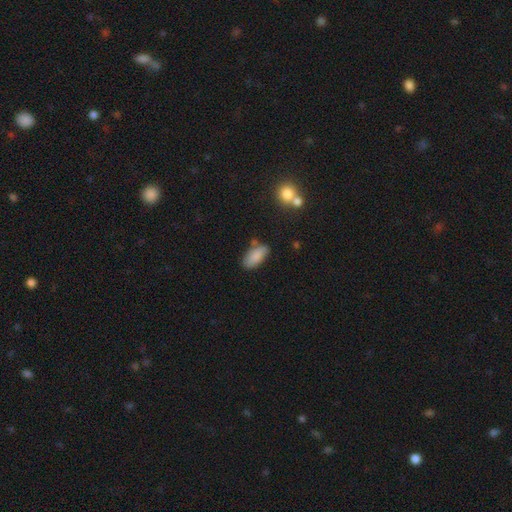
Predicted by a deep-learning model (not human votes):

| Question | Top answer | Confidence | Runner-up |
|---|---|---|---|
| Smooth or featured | smooth | 85% | featured or disk (8%) |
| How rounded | in between | 87% | cigar-shaped (10%) |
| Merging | none | 66% | minor disturbance (22%) |